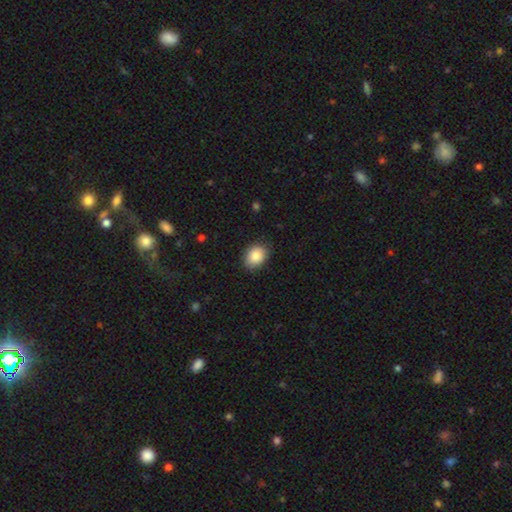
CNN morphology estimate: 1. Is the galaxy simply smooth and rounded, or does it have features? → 87% smooth, 7% star or artifact, 6% featured or disk.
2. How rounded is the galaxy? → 69% in between, 30% round, 1% cigar-shaped.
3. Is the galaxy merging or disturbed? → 85% none, 12% minor disturbance, 2% major disturbance, 1% merger.